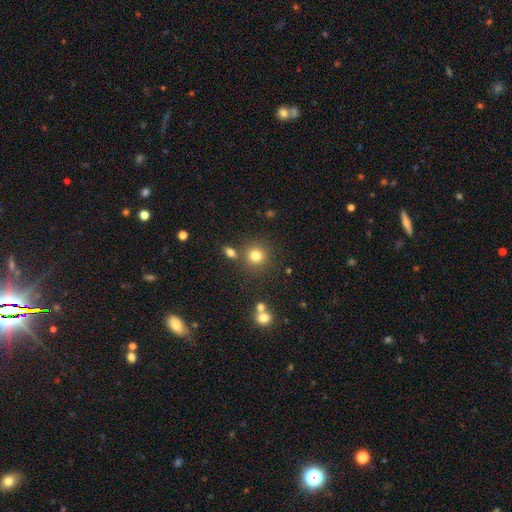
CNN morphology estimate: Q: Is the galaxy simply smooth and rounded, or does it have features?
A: smooth — 78%.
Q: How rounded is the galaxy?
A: round — 91%.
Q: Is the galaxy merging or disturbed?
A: none — 77%.